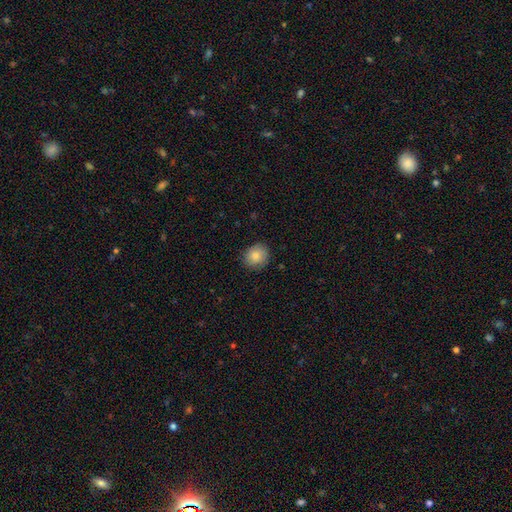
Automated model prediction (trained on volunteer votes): A smooth galaxy with no disk features (84%) that is round (77%). Merging: none (84%).